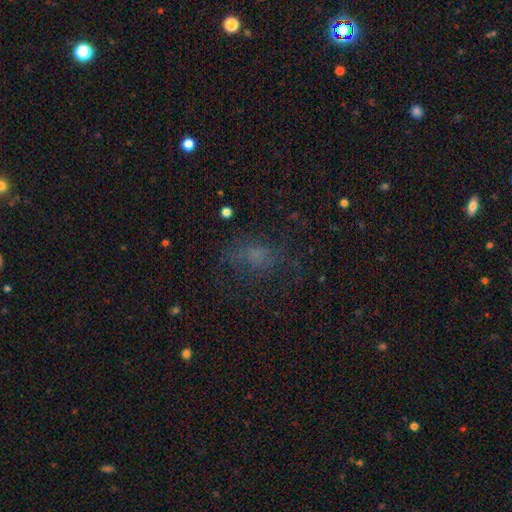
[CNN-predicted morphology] The model was most divided on "smooth or featured": smooth: 48%, star or artifact: 26%, featured or disk: 26%. More confident: merging — none (54%).